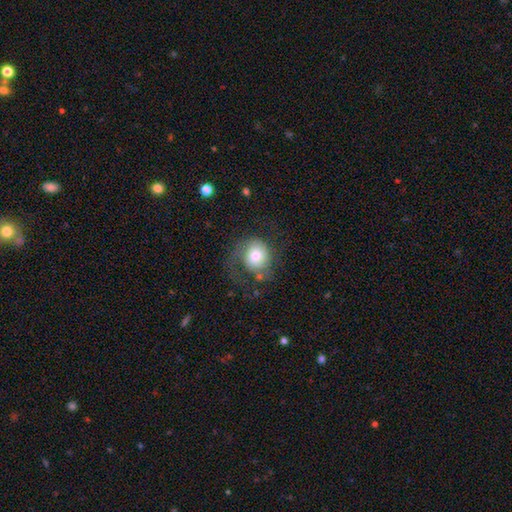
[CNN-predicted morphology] A smooth galaxy with no disk features (56%) that is round (68%).

Vote fractions:
- Smooth or featured? smooth: 56% / featured or disk: 36% / star or artifact: 8%
- How rounded? round: 68% / in between: 31% / cigar-shaped: 1%
- Merging? none: 43% / major disturbance: 31% / minor disturbance: 23% / merger: 3%